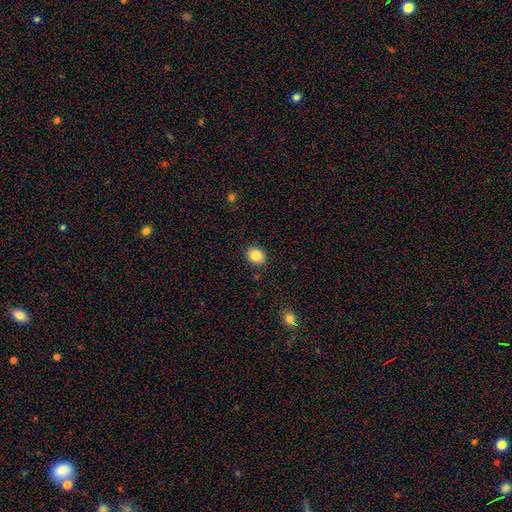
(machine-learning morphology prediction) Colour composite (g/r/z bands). It shows a smooth galaxy with no disk features (86%) that is round (54%). Merging: none (88%).